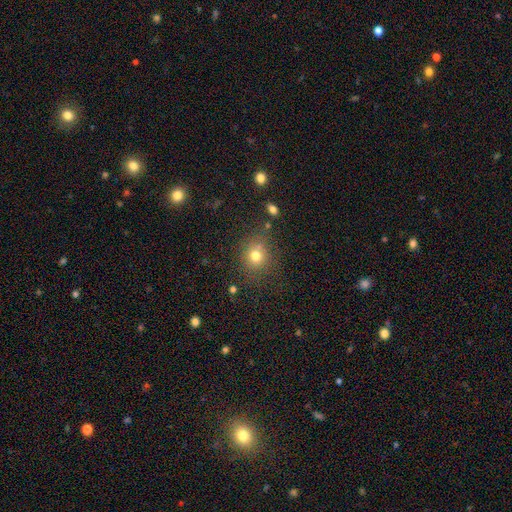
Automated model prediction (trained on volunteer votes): Morphology: type=smooth (75%); roundness=round (80%); merging=none (69%).